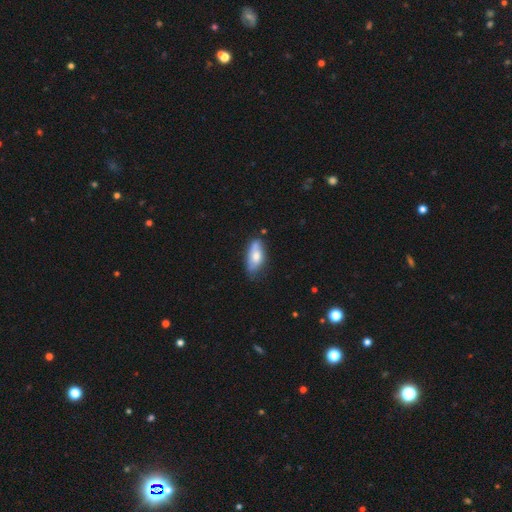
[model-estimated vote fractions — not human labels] Overall: smooth (65%; featured or disk 28%). How rounded: in between (86%). Merging: none (59%; minor disturbance 29%).